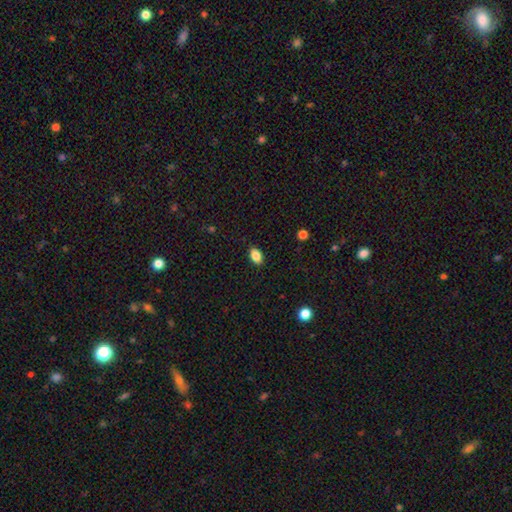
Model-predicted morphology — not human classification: smooth-or-featured: smooth: 83% | star or artifact: 9% | featured or disk: 8%
  how-rounded: in between: 88% | round: 10% | cigar-shaped: 2%
  merging: none: 86% | minor disturbance: 10% | major disturbance: 2% | merger: 1%